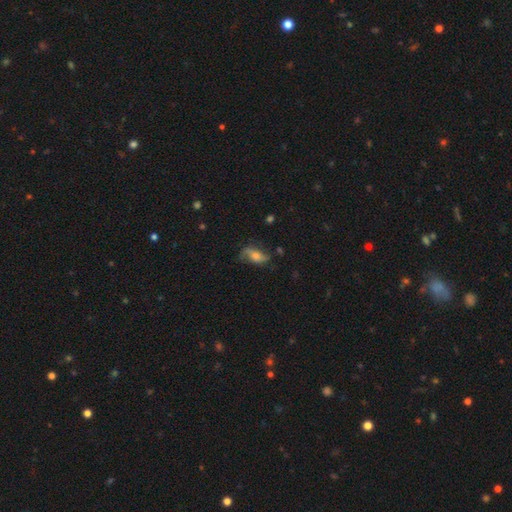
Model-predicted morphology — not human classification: Overall: featured or disk (56%; smooth 34%). Edge-on disk: no (89%). Bar: no (61%; weak 28%). Spiral arms: yes (87%). Bulge size: moderate (49%; small 34%). Merging: none (60%; minor disturbance 25%).